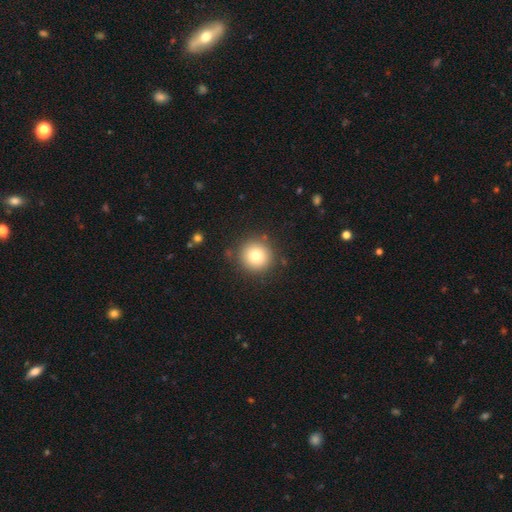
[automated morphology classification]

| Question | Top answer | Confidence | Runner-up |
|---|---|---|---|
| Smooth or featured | smooth | 79% | star or artifact (11%) |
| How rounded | round | 95% | in between (4%) |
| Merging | none | 87% | minor disturbance (8%) |